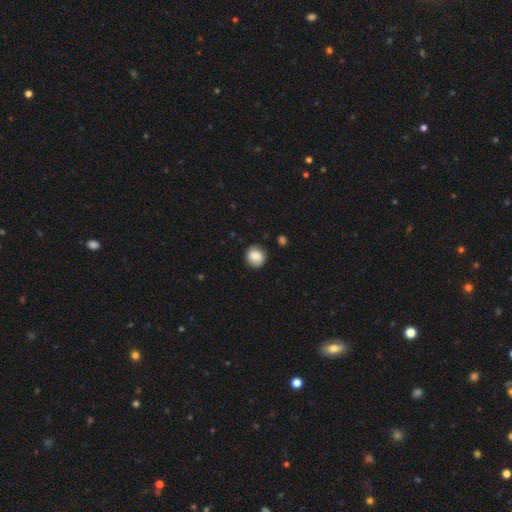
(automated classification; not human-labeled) smooth-or-featured: smooth: 80% | featured or disk: 12% | star or artifact: 8%
  how-rounded: round: 89% | in between: 10% | cigar-shaped: 1%
  merging: none: 84% | minor disturbance: 11% | major disturbance: 3% | merger: 2%